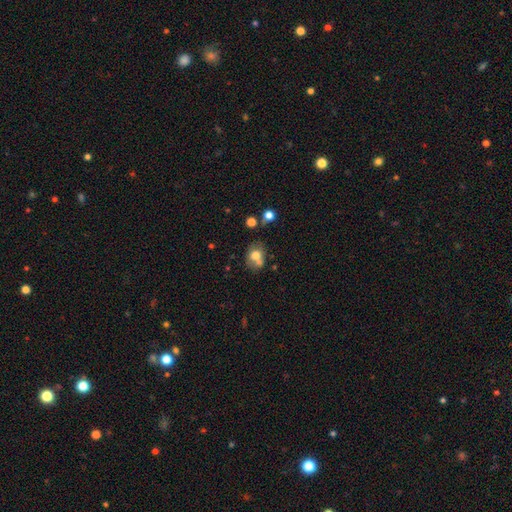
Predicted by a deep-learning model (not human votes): The model was most divided on "how rounded": in between: 54%, round: 45%, cigar-shaped: 1%. Remaining: smooth or featured — smooth (69%); merging — none (40%).